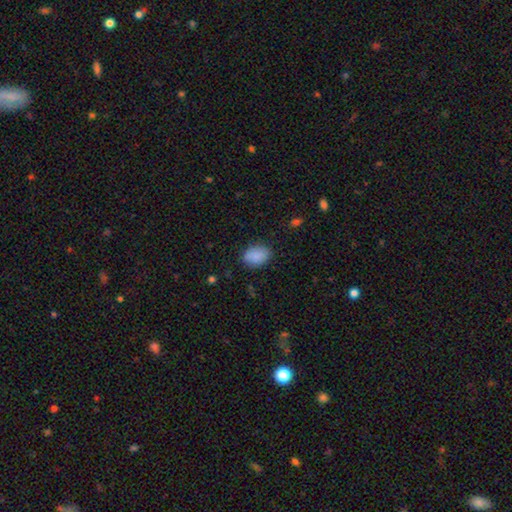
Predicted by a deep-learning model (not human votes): Smooth or featured? Predicted: smooth (p=0.87). How rounded? Predicted: in between (p=0.80). Merging? Predicted: none (p=0.79).